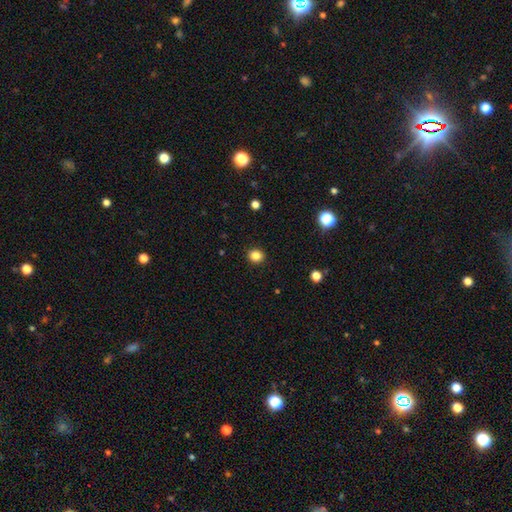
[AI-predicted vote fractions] Morphology: type=smooth (85%); roundness=round (78%); merging=none (92%).